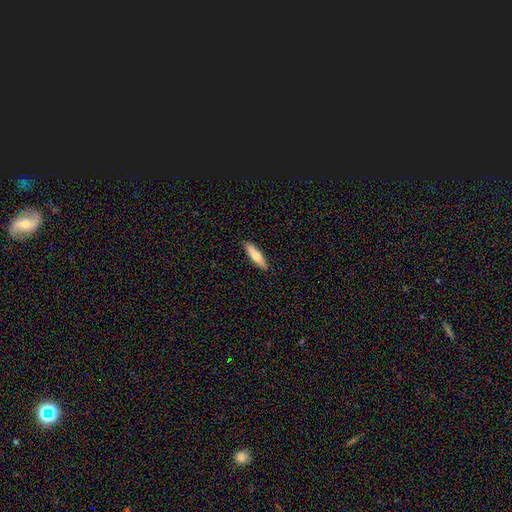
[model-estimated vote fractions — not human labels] smooth_or_featured: smooth (p=0.68) [alt: featured or disk p=0.27]
how_rounded: cigar-shaped (p=0.73) [alt: in between p=0.26]
merging: none (p=0.90) [alt: minor disturbance p=0.08]